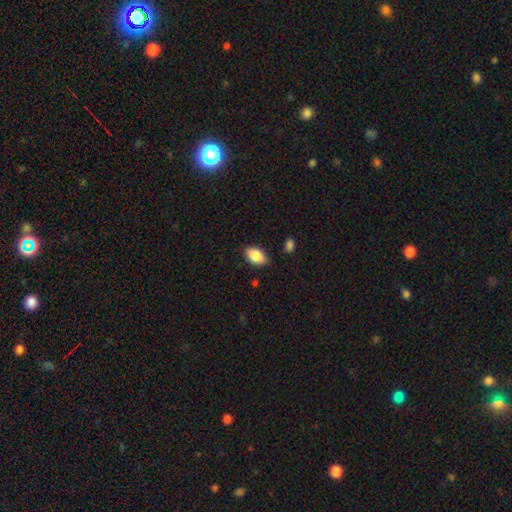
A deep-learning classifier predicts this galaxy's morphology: smooth 87%, star or artifact 7%, featured or disk 6%. Down the decision tree: how rounded — in between (90%); merging — none (81%).